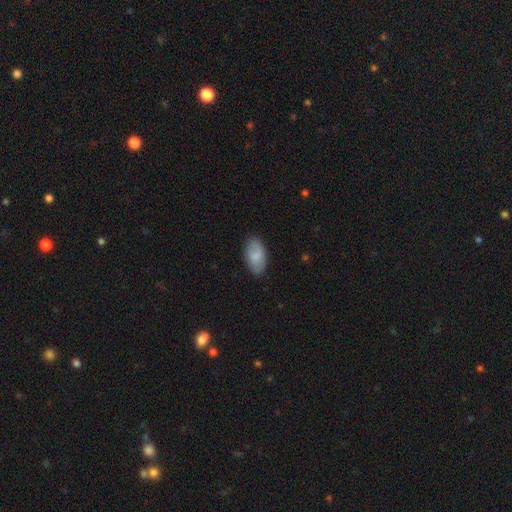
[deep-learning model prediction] smooth-or-featured: smooth: 78% | featured or disk: 16% | star or artifact: 6%
  how-rounded: in between: 94% | round: 4% | cigar-shaped: 2%
  merging: none: 82% | minor disturbance: 14% | major disturbance: 3% | merger: 1%